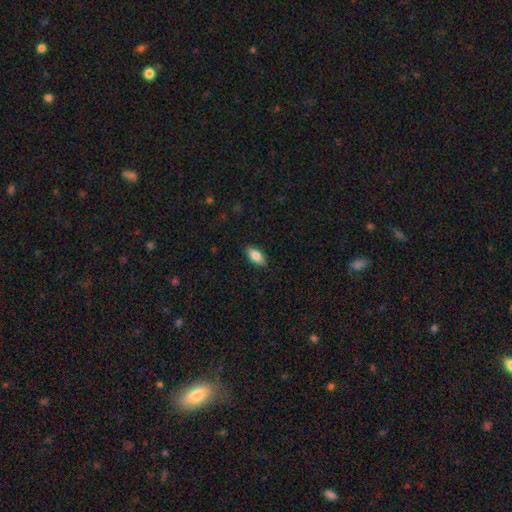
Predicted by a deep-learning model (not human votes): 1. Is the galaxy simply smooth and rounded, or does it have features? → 83% smooth, 10% featured or disk, 7% star or artifact.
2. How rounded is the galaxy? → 89% in between, 8% cigar-shaped, 3% round.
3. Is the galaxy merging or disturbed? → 87% none, 10% minor disturbance, 2% major disturbance, 1% merger.